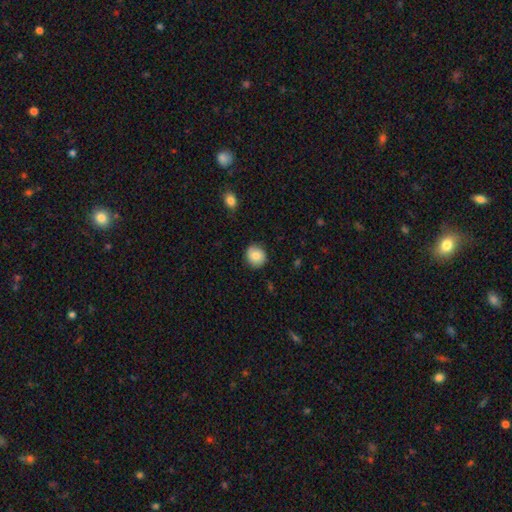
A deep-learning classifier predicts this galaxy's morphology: A smooth galaxy with no disk features (82%) that is round (84%).

Vote fractions:
- Smooth or featured? smooth: 82% / featured or disk: 10% / star or artifact: 8%
- How rounded? round: 84% / in between: 15% / cigar-shaped: 1%
- Merging? none: 87% / minor disturbance: 10% / major disturbance: 2% / merger: 1%